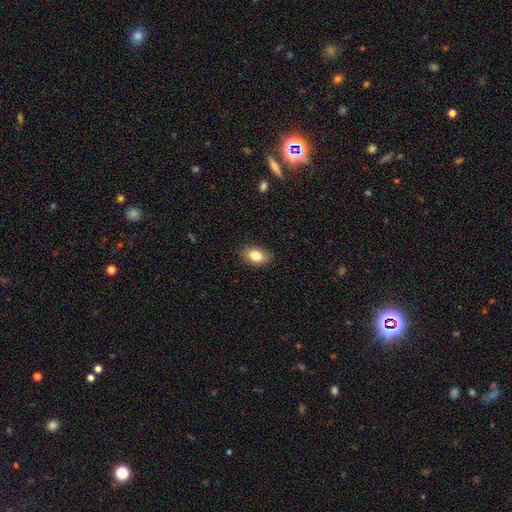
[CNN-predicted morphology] Smooth or featured: smooth — 84% (featured or disk — 9%)
How rounded: in between — 88% (round — 10%)
Merging: none — 88% (minor disturbance — 9%)